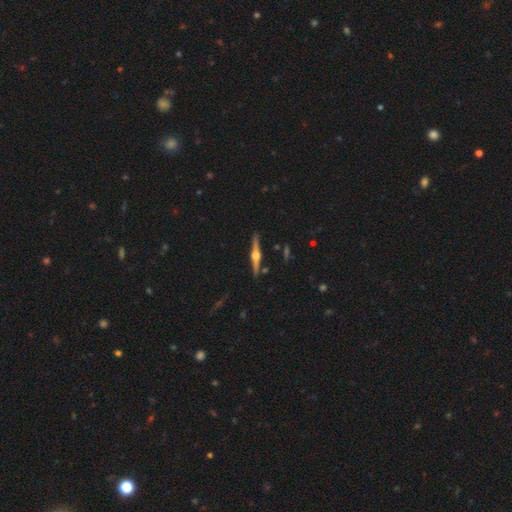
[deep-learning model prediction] This appears to be a featured or disk galaxy (83%) viewed edge-on (98%) with a rounded central bulge (95%). Merging: none (90%).